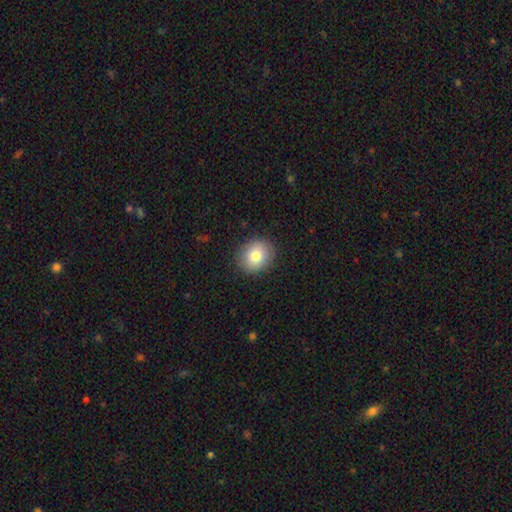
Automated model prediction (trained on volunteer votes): Smooth or featured: smooth — 81% (featured or disk — 10%)
How rounded: round — 68% (in between — 31%)
Merging: none — 89% (minor disturbance — 8%)